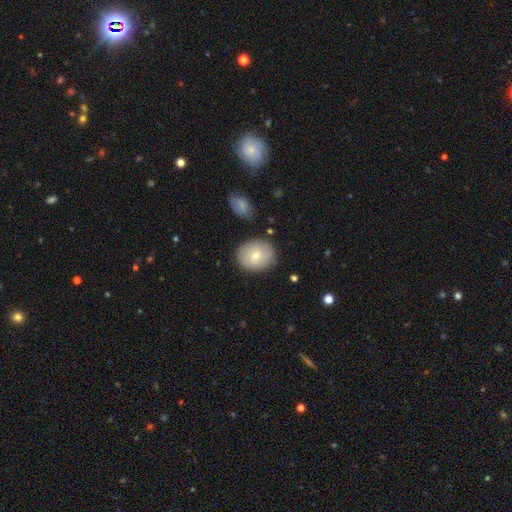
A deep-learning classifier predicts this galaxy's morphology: This appears to be a smooth galaxy with no disk features (66%) that is round (63%). Merging: none (82%).